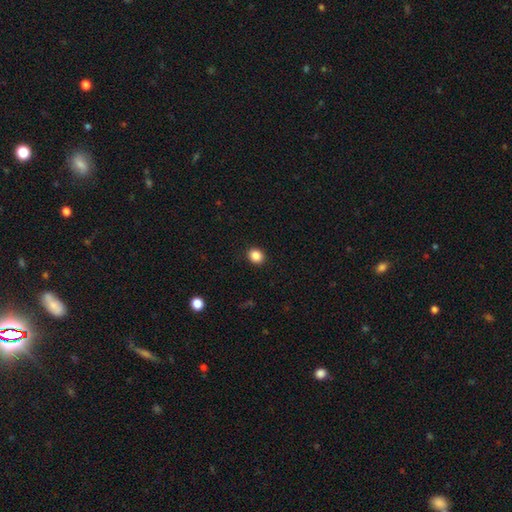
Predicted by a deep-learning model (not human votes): The model was most divided on "how rounded": round: 73%, in between: 26%, cigar-shaped: 1%. More confident: merging — none (91%); smooth or featured — smooth (87%).